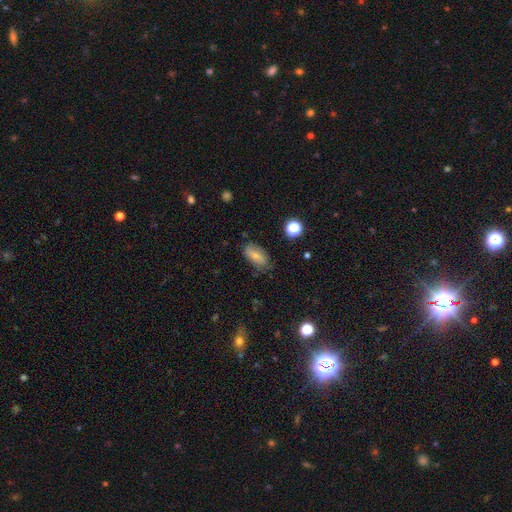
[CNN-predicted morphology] Smooth or featured? Predicted: smooth (p=0.71). How rounded? Predicted: in between (p=0.88). Merging? Predicted: none (p=0.71).